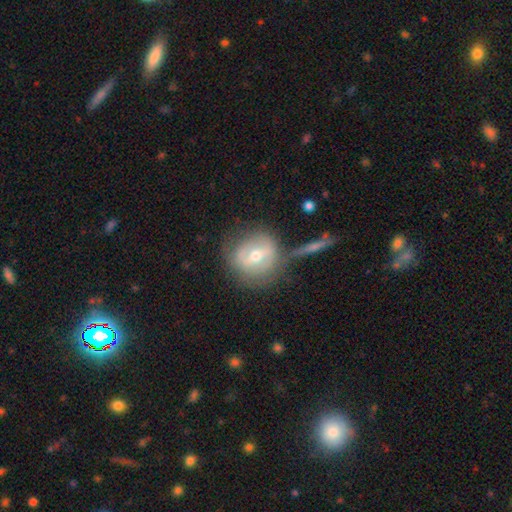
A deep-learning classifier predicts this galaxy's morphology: The model was most divided on "bar": strong: 42%, weak: 38%, no: 20%. More confident: edge-on disk — no (91%); bulge size — moderate (64%); merging — none (63%); smooth or featured — featured or disk (59%); spiral arms — no (54%).